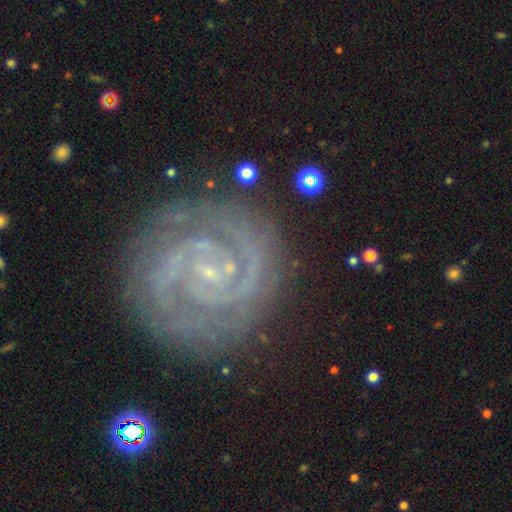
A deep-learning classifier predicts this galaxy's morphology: type=featured or disk (89%); edge-on=no (98%); bar=weak (41%); spiral arms=yes (98%); winding=tight (72%); arm count=2 (63%); bulge=small (80%); merging=none (77%).